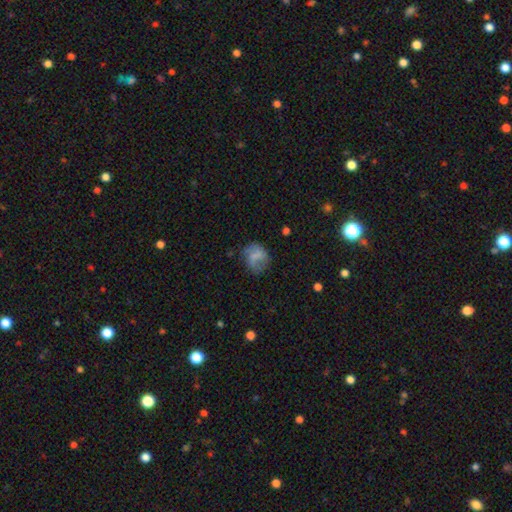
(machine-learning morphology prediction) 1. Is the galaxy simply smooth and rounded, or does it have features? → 59% smooth, 31% featured or disk, 10% star or artifact.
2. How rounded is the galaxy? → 60% round, 39% in between, 1% cigar-shaped.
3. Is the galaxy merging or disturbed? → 58% none, 25% minor disturbance, 15% major disturbance, 3% merger.